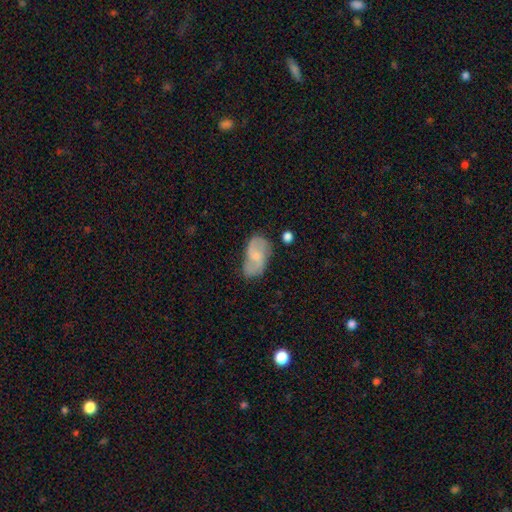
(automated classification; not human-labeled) This appears to be a featured or disk galaxy (61%) with no bar (56%), 2 (80%) medium (42%) spiral arms (86%) and a small central bulge (64%). Merging: none (62%).